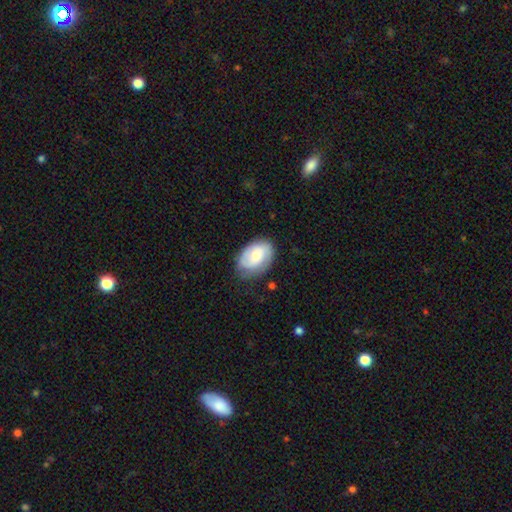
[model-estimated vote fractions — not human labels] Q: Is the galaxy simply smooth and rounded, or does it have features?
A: smooth — 54%.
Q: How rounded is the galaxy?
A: in between — 85%.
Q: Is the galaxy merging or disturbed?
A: none — 68%.